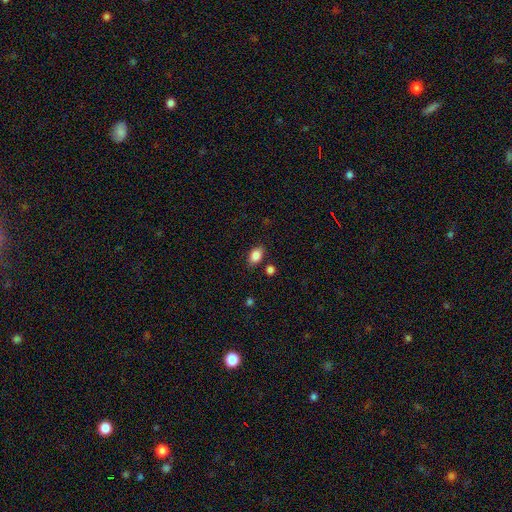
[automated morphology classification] This appears to be a smooth galaxy with no disk features (86%) that is in between round and cigar-shaped (83%). Merging: none (81%).